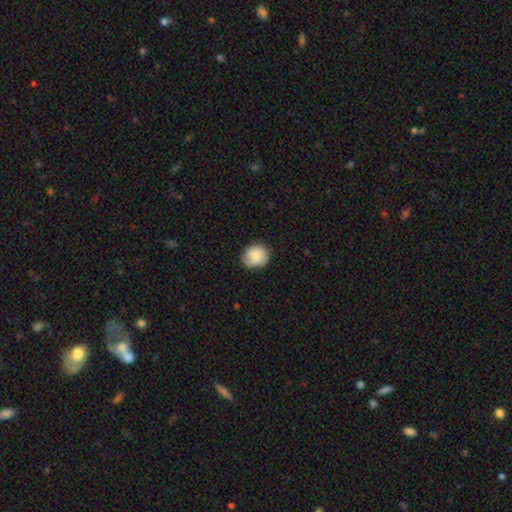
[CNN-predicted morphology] Smooth or featured: smooth — 74% (featured or disk — 19%)
How rounded: round — 74% (in between — 26%)
Merging: none — 77% (minor disturbance — 18%)